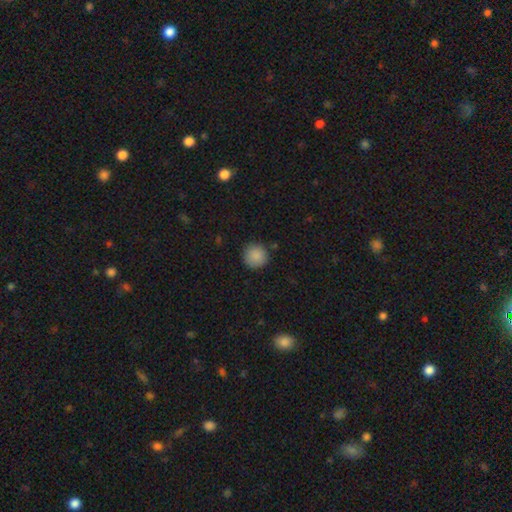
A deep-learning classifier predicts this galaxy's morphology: This is clearly a smooth galaxy (88%). How rounded: clearly round (95%). Merging: clearly none (88%).